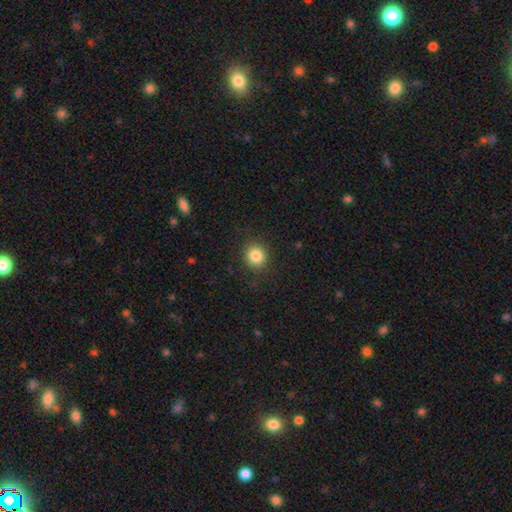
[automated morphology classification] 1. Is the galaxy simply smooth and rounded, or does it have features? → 85% smooth, 10% star or artifact, 5% featured or disk.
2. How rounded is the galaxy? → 84% round, 15% in between, 1% cigar-shaped.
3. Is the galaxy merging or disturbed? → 89% none, 8% minor disturbance, 3% major disturbance, 1% merger.